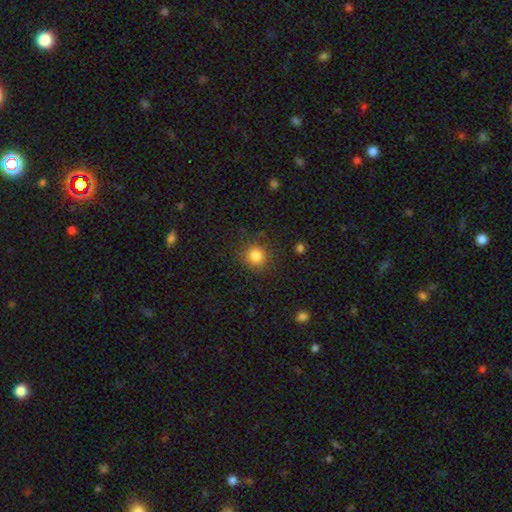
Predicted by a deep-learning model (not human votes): A smooth galaxy with no disk features (83%) that is round (90%).

Vote fractions:
- Smooth or featured? smooth: 83% / star or artifact: 12% / featured or disk: 5%
- How rounded? round: 90% / in between: 9% / cigar-shaped: 1%
- Merging? none: 84% / minor disturbance: 11% / major disturbance: 4% / merger: 2%